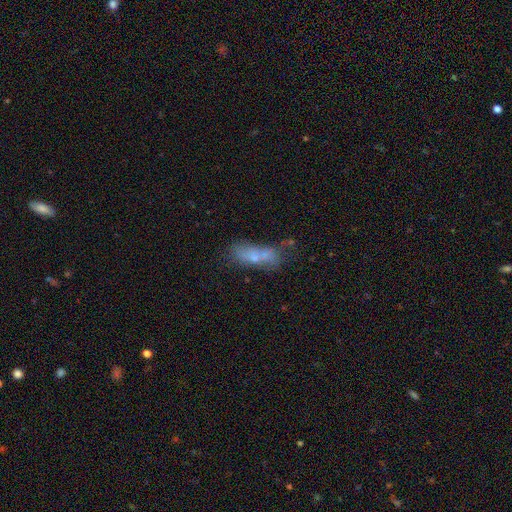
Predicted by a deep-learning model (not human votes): Morphology: type=smooth (56%); roundness=in between (63%); merging=merger (41%).